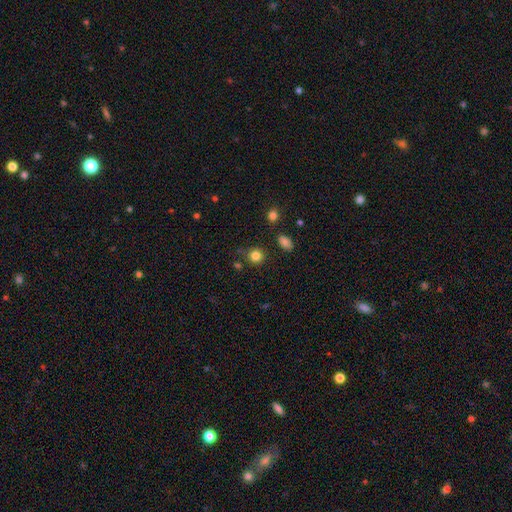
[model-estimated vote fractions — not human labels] The model was most divided on "smooth or featured": smooth: 83%, star or artifact: 12%, featured or disk: 5%. More confident: how rounded — round (89%); merging — none (83%).